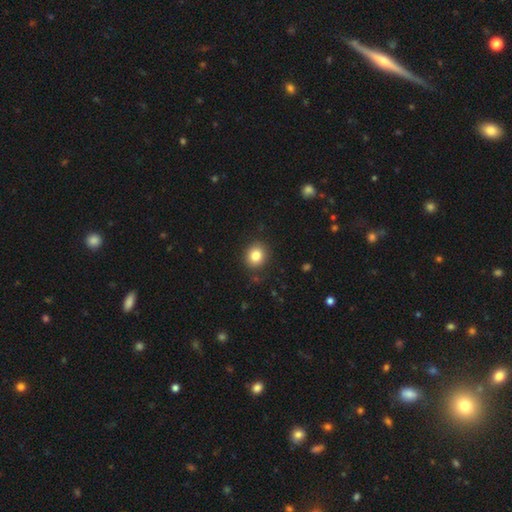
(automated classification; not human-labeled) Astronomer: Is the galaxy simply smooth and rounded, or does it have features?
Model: smooth — 83%.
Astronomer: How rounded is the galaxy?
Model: round — 75%.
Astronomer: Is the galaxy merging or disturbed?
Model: none — 88%.